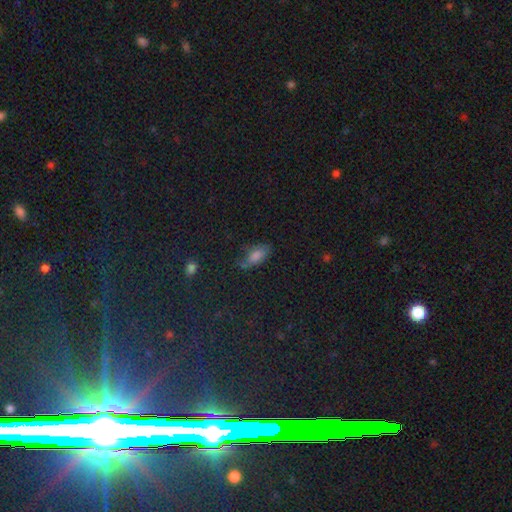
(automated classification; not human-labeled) This is likely a smooth galaxy (71%). How rounded: clearly in between (85%). Merging: possibly none (56%).